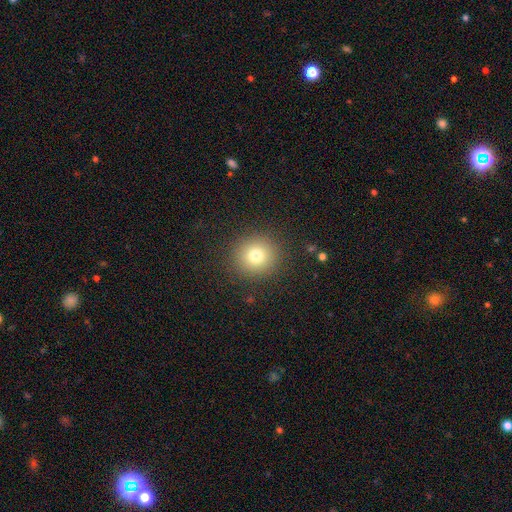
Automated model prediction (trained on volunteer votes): Smooth or featured? smooth (77%)
How rounded? round (92%)
Merging? none (90%)